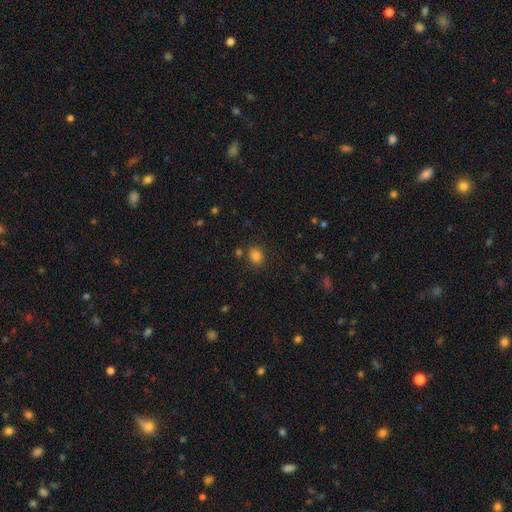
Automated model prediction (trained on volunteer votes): Overall: smooth (82%). How rounded: in between (56%; round 43%). Merging: none (79%).